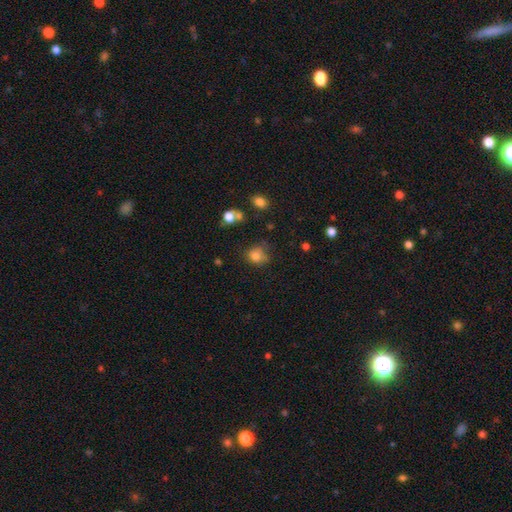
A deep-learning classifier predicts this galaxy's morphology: This appears to be a smooth galaxy with no disk features (79%) that is round (74%). Merging: none (58%).